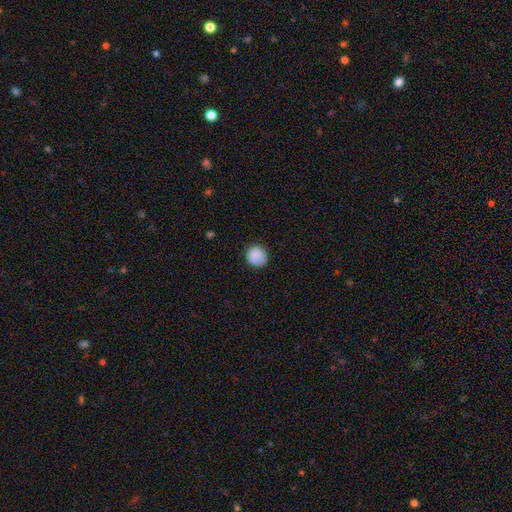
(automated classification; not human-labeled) This is clearly a smooth galaxy (86%). How rounded: clearly round (87%). Merging: clearly none (82%).